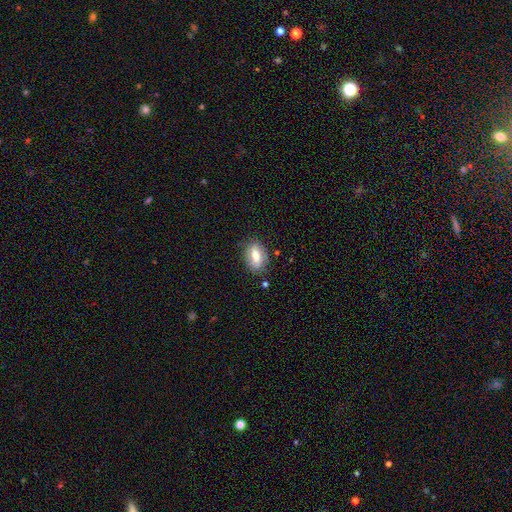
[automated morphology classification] This is likely a smooth galaxy (72%). How rounded: clearly in between (86%). Merging: clearly none (81%).